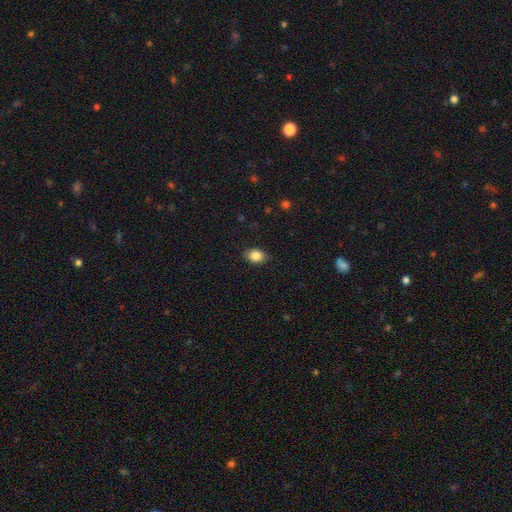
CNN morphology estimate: A smooth galaxy with no disk features (85%) that is in between round and cigar-shaped (72%).

Vote fractions:
- Smooth or featured? smooth: 85% / star or artifact: 9% / featured or disk: 6%
- How rounded? in between: 72% / round: 27% / cigar-shaped: 1%
- Merging? none: 85% / minor disturbance: 12% / major disturbance: 2% / merger: 1%